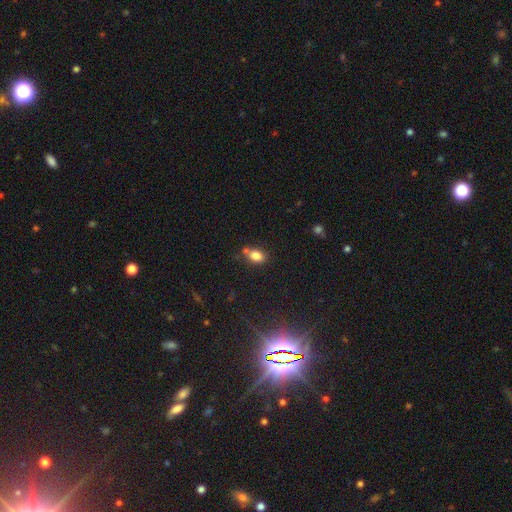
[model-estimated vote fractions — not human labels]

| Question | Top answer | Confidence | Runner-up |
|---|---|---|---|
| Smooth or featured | smooth | 81% | star or artifact (11%) |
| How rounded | in between | 73% | round (25%) |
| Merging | none | 61% | merger (18%) |